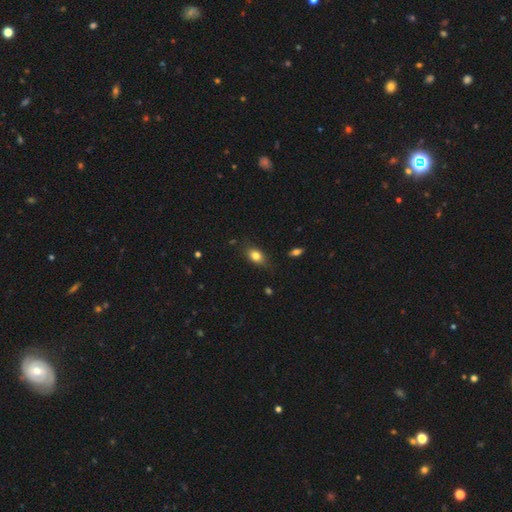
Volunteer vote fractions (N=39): Q: Smooth or featured?
A: smooth (85%); runner-up: featured or disk (15%)
Q: How rounded?
A: in between (64%); runner-up: round (33%)
Q: Merging?
A: none (69%); runner-up: minor disturbance (23%)